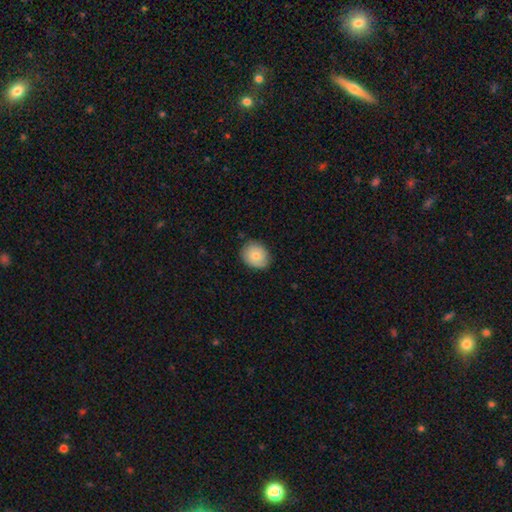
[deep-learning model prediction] The model was most divided on "how rounded": round: 57%, in between: 42%, cigar-shaped: 1%. More confident: merging — none (82%); smooth or featured — smooth (79%).